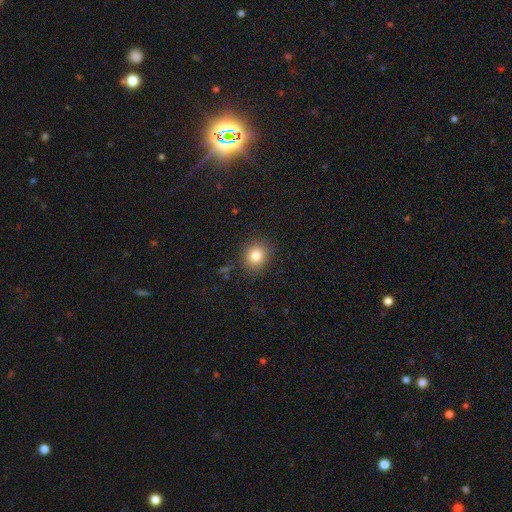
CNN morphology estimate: Q: Smooth or featured?
A: smooth (82%); runner-up: star or artifact (11%)
Q: How rounded?
A: round (81%); runner-up: in between (18%)
Q: Merging?
A: none (87%); runner-up: minor disturbance (9%)